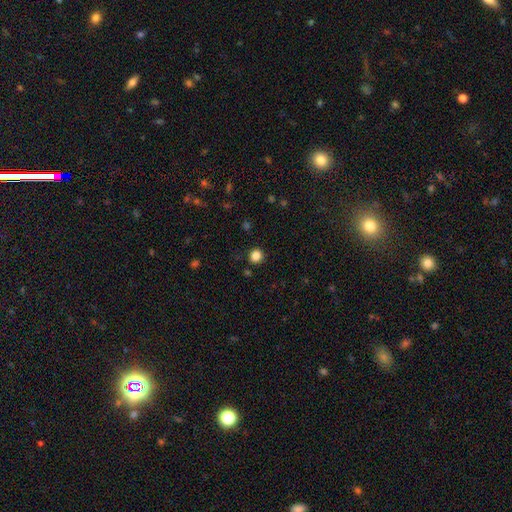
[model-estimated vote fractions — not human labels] Smooth or featured? Predicted: smooth (p=0.84). How rounded? Predicted: round (p=0.89). Merging? Predicted: none (p=0.90).